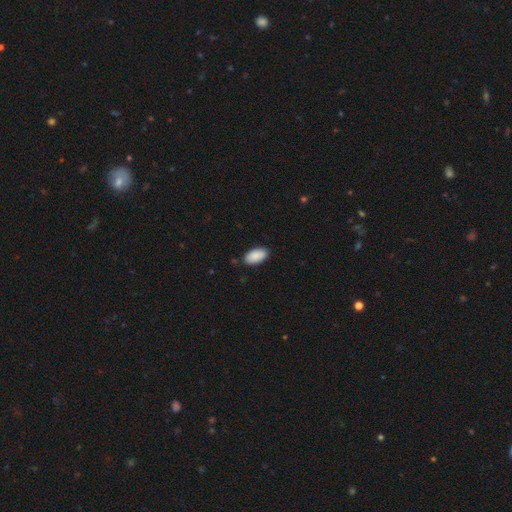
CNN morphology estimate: A smooth galaxy with no disk features (90%) that is in between round and cigar-shaped (95%).

Vote fractions:
- Smooth or featured? smooth: 90% / star or artifact: 6% / featured or disk: 4%
- How rounded? in between: 95% / cigar-shaped: 3% / round: 2%
- Merging? none: 87% / minor disturbance: 10% / major disturbance: 2% / merger: 1%